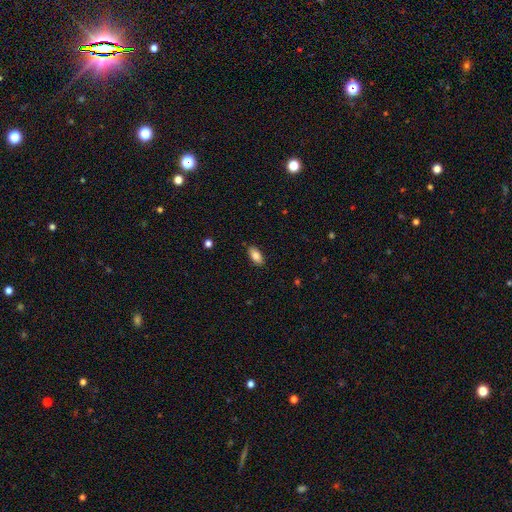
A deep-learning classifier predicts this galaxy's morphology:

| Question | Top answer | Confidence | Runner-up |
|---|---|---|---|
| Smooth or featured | smooth | 83% | featured or disk (10%) |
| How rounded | in between | 90% | cigar-shaped (7%) |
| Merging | none | 87% | minor disturbance (10%) |